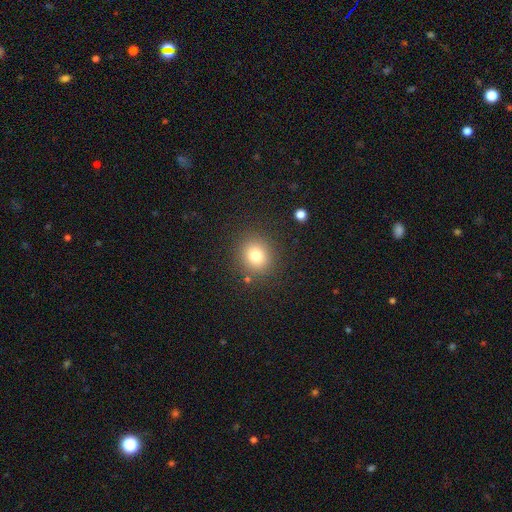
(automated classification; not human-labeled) Smooth or featured? smooth (78%)
How rounded? round (81%)
Merging? none (87%)